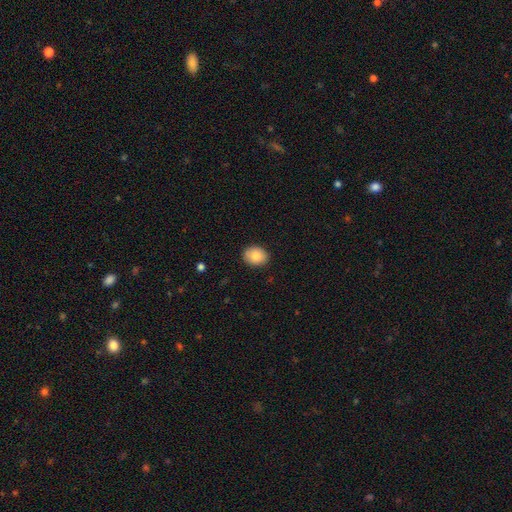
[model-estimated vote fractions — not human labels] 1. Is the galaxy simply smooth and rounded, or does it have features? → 84% smooth, 8% featured or disk, 8% star or artifact.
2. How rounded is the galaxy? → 50% in between, 49% round, 1% cigar-shaped.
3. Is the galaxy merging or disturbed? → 88% none, 9% minor disturbance, 2% major disturbance, 1% merger.